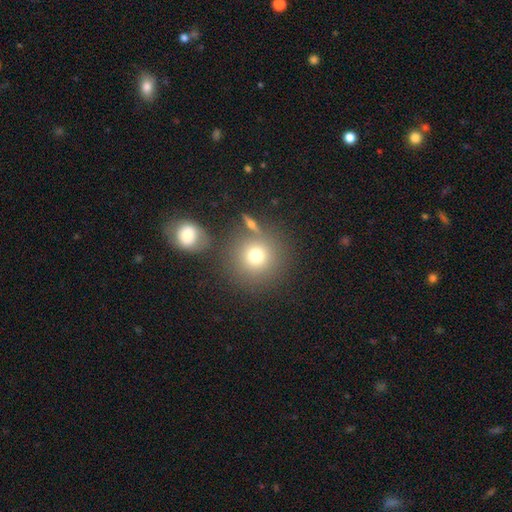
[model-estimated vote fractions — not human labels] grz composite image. It shows a smooth galaxy with no disk features (74%) that is round (91%). Merging: none (73%).